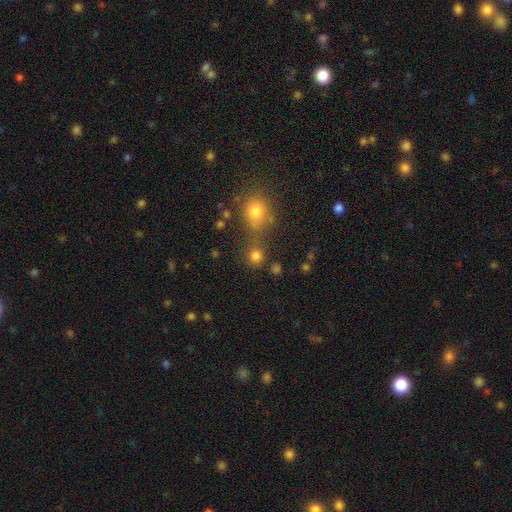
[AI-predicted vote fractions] Smooth or featured: smooth — 78% (star or artifact — 16%)
How rounded: round — 87% (in between — 12%)
Merging: none — 61% (merger — 26%)